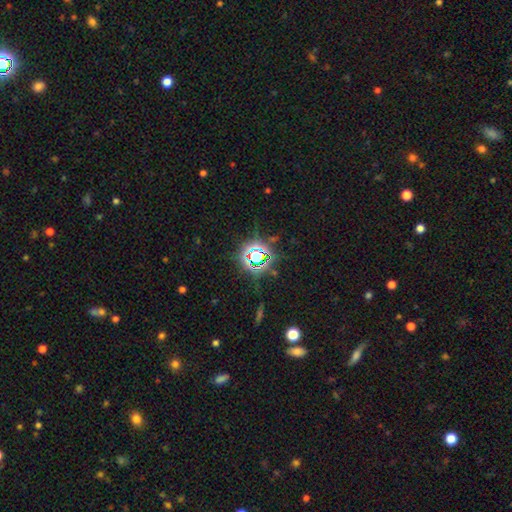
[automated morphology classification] Q: Smooth or featured?
A: star or artifact (76%); runner-up: smooth (15%)